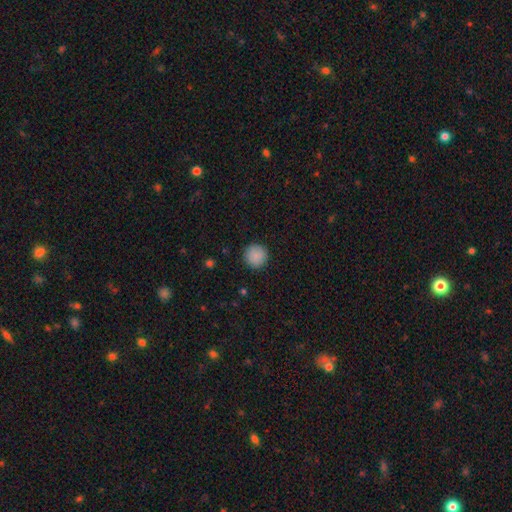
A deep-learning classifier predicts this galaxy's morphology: smooth-or-featured: smooth: 89% | star or artifact: 8% | featured or disk: 3%
  how-rounded: round: 96% | in between: 4% | cigar-shaped: 1%
  merging: none: 91% | minor disturbance: 6% | major disturbance: 2% | merger: 1%